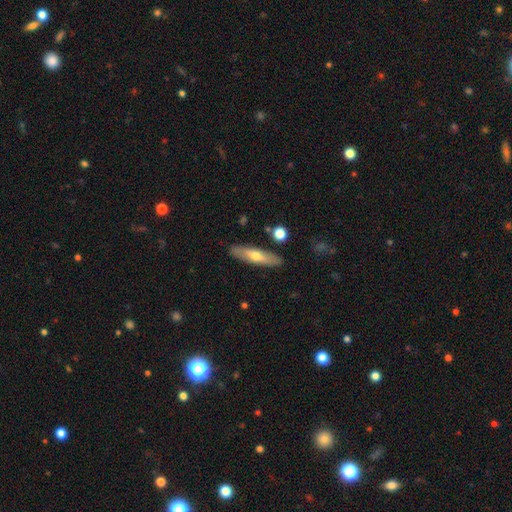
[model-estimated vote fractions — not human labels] smooth 51%, featured or disk 43%, star or artifact 6%. Down the decision tree: how rounded — cigar-shaped (73%); merging — none (86%).